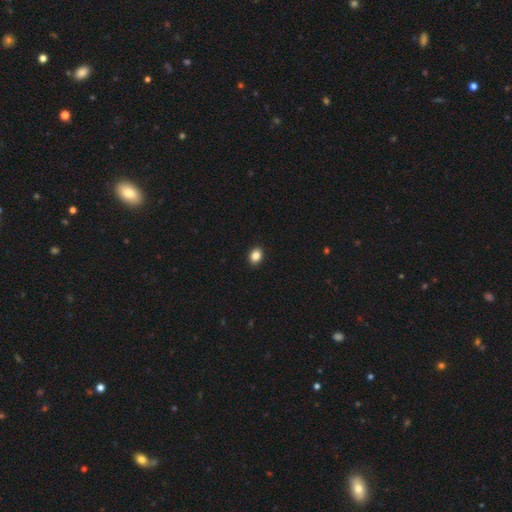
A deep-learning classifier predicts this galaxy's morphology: This is clearly a smooth galaxy (86%). How rounded: possibly in between (58%). Merging: clearly none (91%).